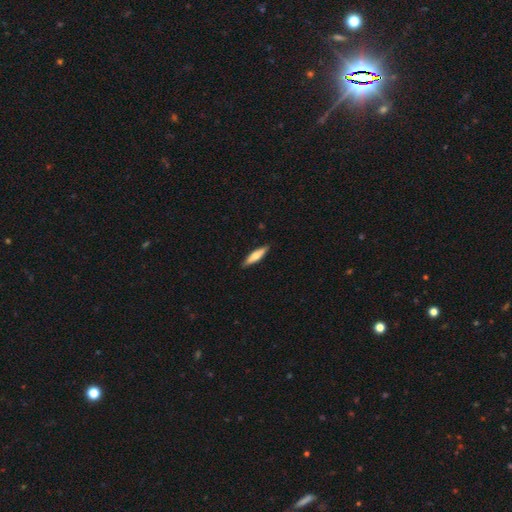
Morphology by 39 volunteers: smooth_or_featured: smooth (p=0.69) [alt: featured or disk p=0.28]
how_rounded: cigar-shaped (p=0.74) [alt: in between p=0.19]
merging: none (p=0.92) [alt: merger p=0.05]